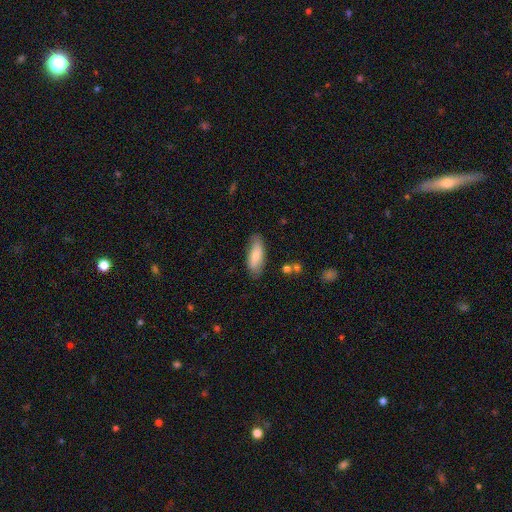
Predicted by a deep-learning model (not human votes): Overall: smooth (77%). How rounded: in between (73%). Merging: none (75%).